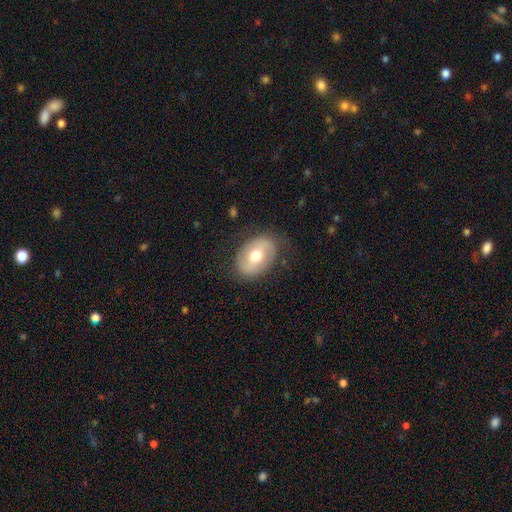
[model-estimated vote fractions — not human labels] Smooth or featured: smooth — 48% (featured or disk — 46%)
Merging: none — 78% (minor disturbance — 15%)